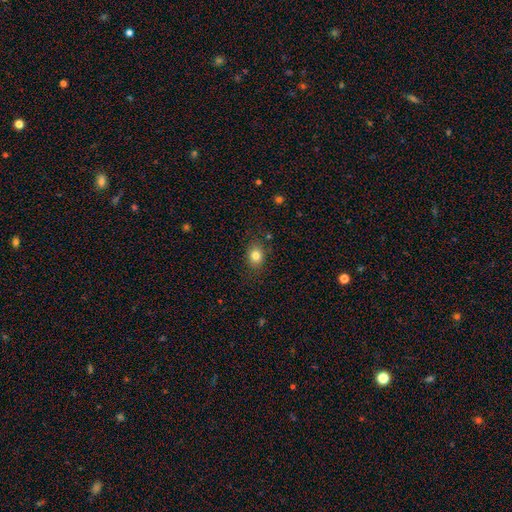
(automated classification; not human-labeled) smooth 82%, star or artifact 11%, featured or disk 7%. Down the decision tree: how rounded — in between (52%); merging — none (83%).